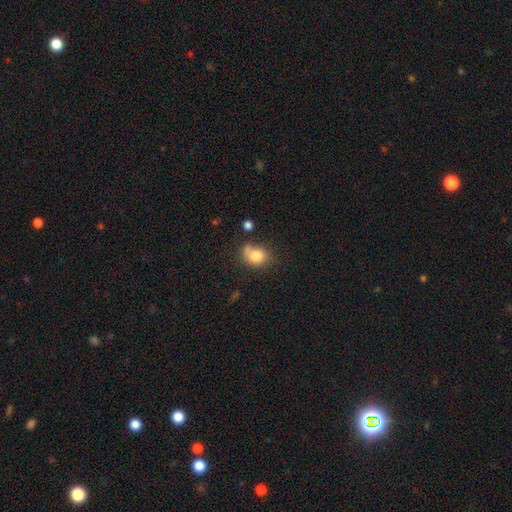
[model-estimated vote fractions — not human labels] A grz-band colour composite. It shows a smooth galaxy with no disk features (80%) that is round (53%). Merging: none (50%).